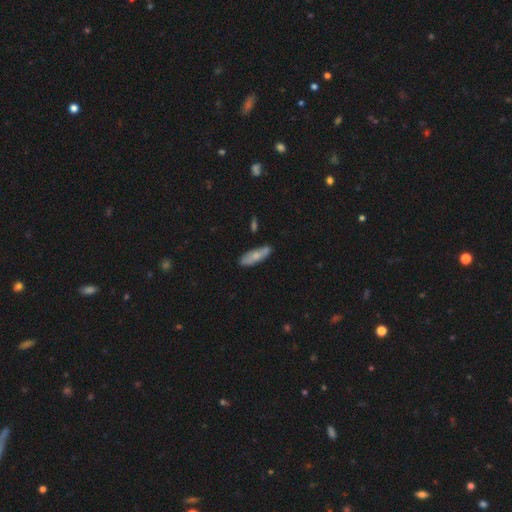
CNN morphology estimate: A smooth galaxy with no disk features (65%) that is cigar-shaped (50%). Merging: none (71%).